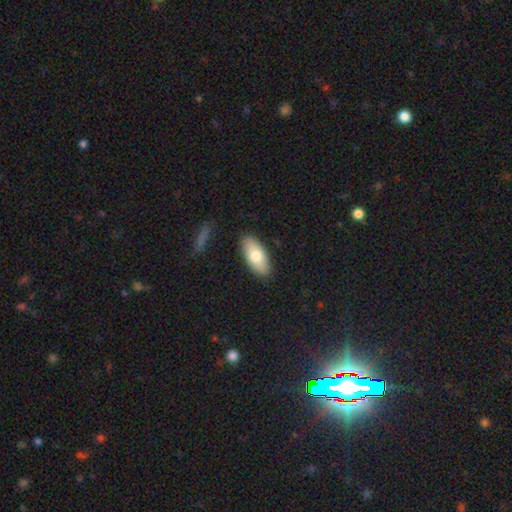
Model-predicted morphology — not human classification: Smooth or featured: smooth — 76% (featured or disk — 19%)
How rounded: in between — 88% (cigar-shaped — 9%)
Merging: none — 88% (minor disturbance — 9%)